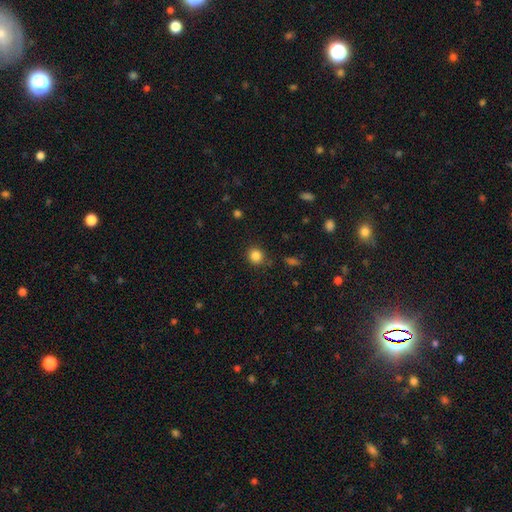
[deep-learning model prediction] Q: Smooth or featured?
A: smooth (85%); runner-up: star or artifact (11%)
Q: How rounded?
A: round (89%); runner-up: in between (10%)
Q: Merging?
A: none (83%); runner-up: minor disturbance (11%)